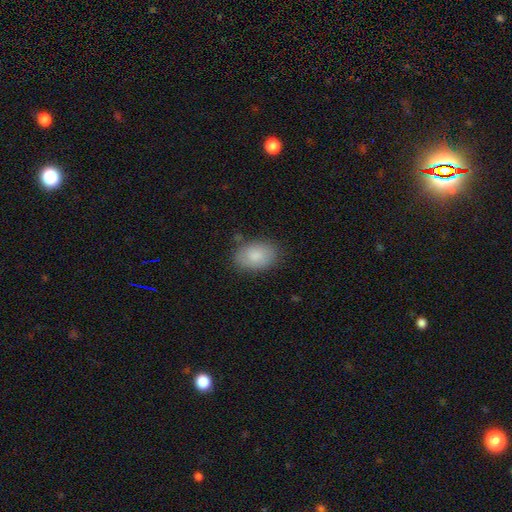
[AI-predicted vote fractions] The model was most divided on "merging": none: 79%, minor disturbance: 15%, major disturbance: 4%, merger: 2%. More confident: how rounded — in between (88%); smooth or featured — smooth (84%).